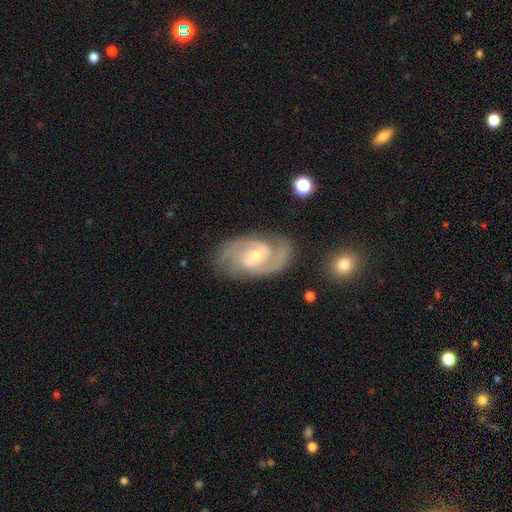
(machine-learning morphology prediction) Smooth or featured? Predicted: featured or disk (p=0.89). Edge-on disk? Predicted: no (p=0.97). Bar? Predicted: weak (p=0.47). Spiral arms? Predicted: yes (p=0.98). Spiral winding? Predicted: medium (p=0.48). Spiral arm count? Predicted: 2 (p=0.81). Bulge size? Predicted: small (p=0.53). Merging? Predicted: none (p=0.78).